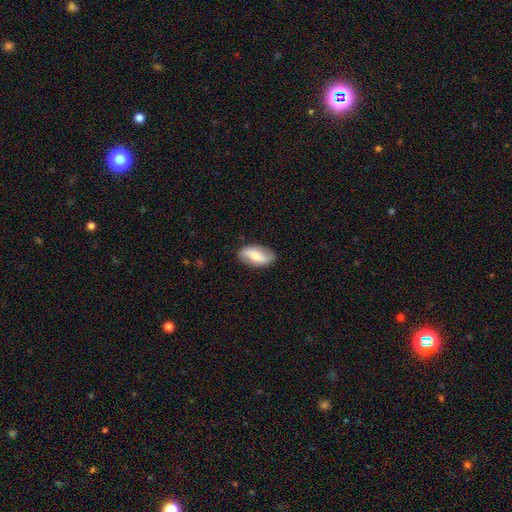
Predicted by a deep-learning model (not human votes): A smooth galaxy with no disk features (53%) that is in between round and cigar-shaped (91%).

Vote fractions:
- Smooth or featured? smooth: 53% / featured or disk: 41% / star or artifact: 6%
- How rounded? in between: 91% / cigar-shaped: 5% / round: 4%
- Merging? none: 84% / minor disturbance: 12% / major disturbance: 3% / merger: 1%